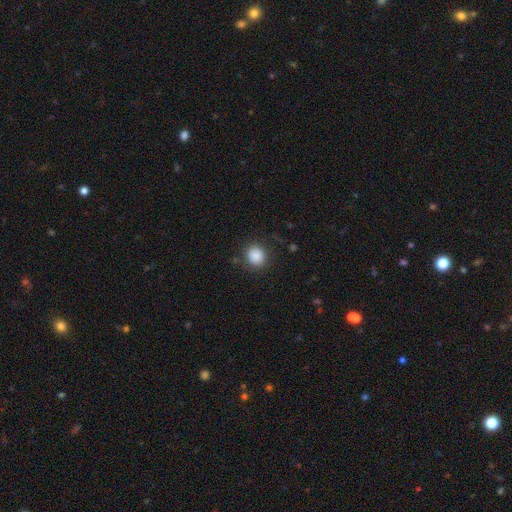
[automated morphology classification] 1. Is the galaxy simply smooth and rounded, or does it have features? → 88% smooth, 9% star or artifact, 4% featured or disk.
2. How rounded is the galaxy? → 84% round, 15% in between, 1% cigar-shaped.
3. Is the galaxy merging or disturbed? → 84% none, 10% minor disturbance, 4% major disturbance, 1% merger.